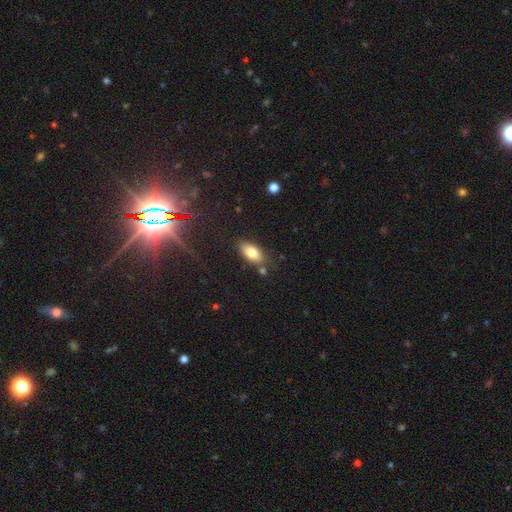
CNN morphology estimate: A smooth galaxy with no disk features (78%) that is in between round and cigar-shaped (88%). Merging: none (76%).